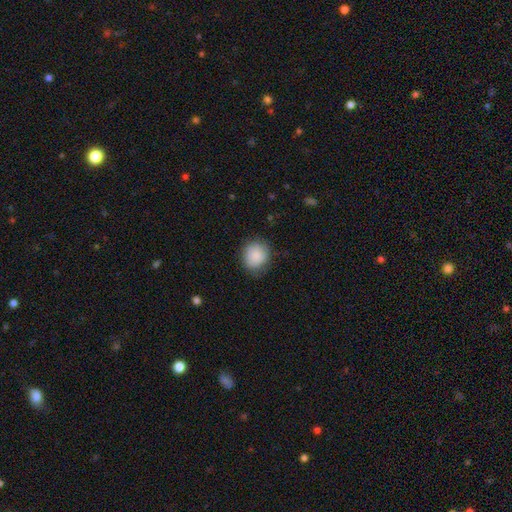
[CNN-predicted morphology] The model was most divided on "how rounded": round: 77%, in between: 22%, cigar-shaped: 1%. More confident: smooth or featured — smooth (86%); merging — none (79%).